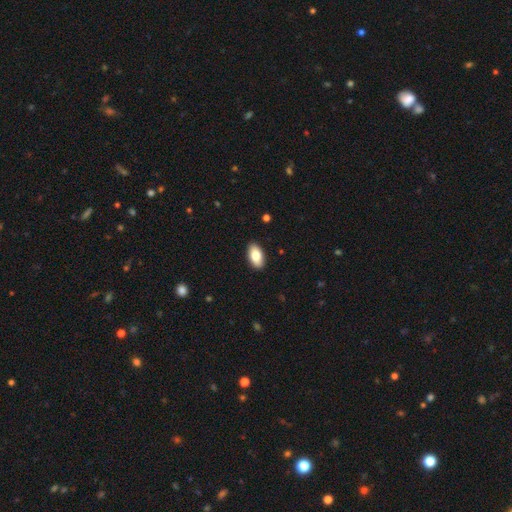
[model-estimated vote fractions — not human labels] smooth_or_featured: smooth (p=0.83) [alt: featured or disk p=0.10]
how_rounded: in between (p=0.94) [alt: round p=0.03]
merging: none (p=0.90) [alt: minor disturbance p=0.07]